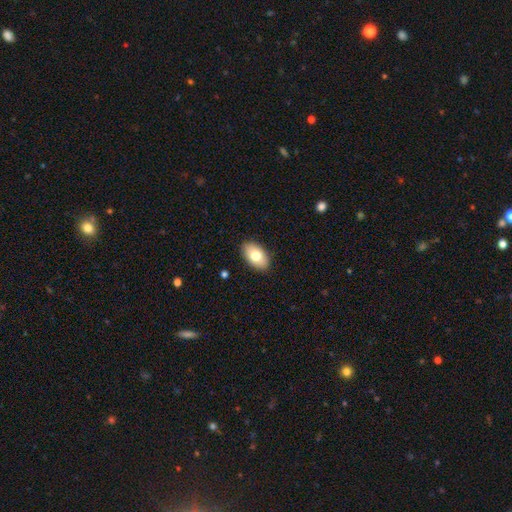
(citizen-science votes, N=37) A smooth galaxy with no disk features (65%) that is in between round and cigar-shaped (100%). Merging: none (97%).